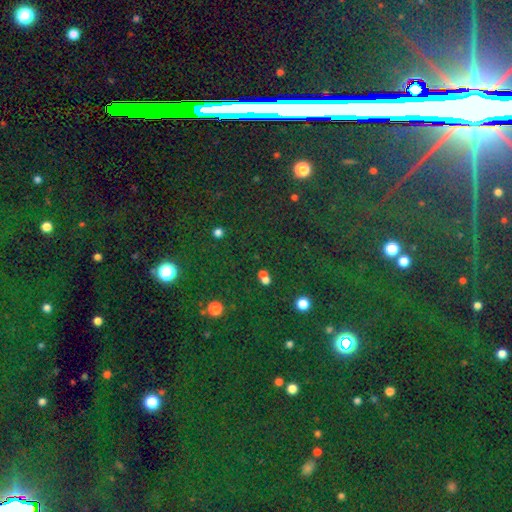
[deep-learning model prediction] Smooth or featured?
  - star or artifact: 81% *
  - smooth: 10%
  - featured or disk: 9%